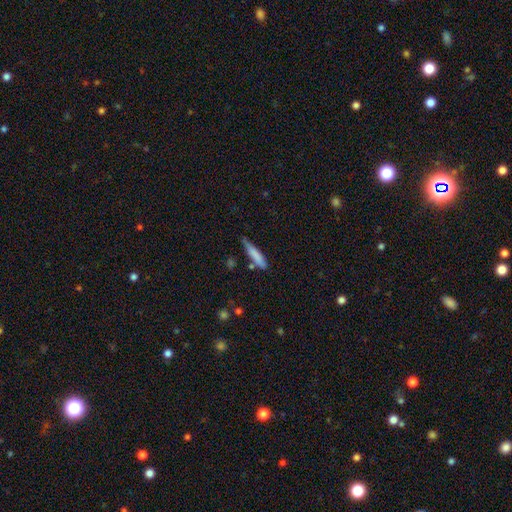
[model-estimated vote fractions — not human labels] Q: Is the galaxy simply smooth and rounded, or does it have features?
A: smooth — 78%.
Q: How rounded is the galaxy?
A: cigar-shaped — 86%.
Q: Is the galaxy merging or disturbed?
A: none — 61%.